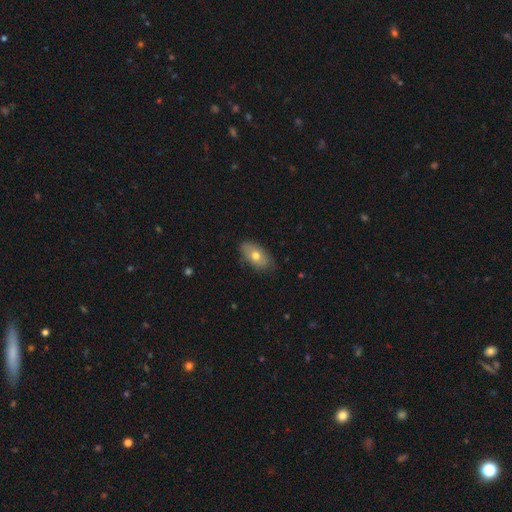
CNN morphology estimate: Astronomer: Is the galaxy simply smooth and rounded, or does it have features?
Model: smooth — 68%.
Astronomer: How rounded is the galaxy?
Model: in between — 91%.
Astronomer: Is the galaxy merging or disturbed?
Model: none — 79%.